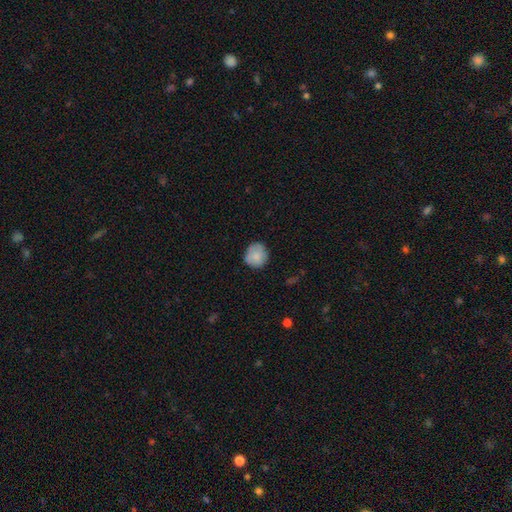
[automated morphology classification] Smooth or featured?
  - smooth: 79% *
  - featured or disk: 14%
  - star or artifact: 7%
How rounded?
  - round: 86% *
  - in between: 13%
  - cigar-shaped: 1%
Merging?
  - none: 74% *
  - minor disturbance: 20%
  - major disturbance: 4%
  - merger: 2%